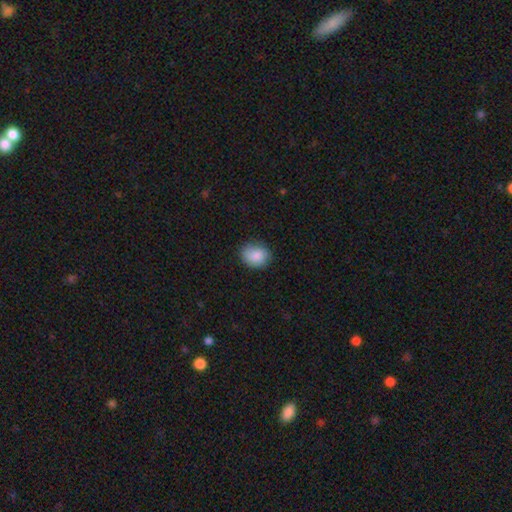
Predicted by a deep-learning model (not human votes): This appears to be a smooth galaxy with no disk features (87%) that is round (53%). Merging: none (81%).